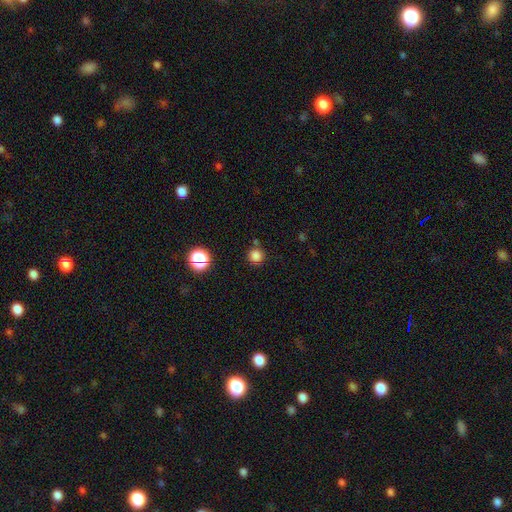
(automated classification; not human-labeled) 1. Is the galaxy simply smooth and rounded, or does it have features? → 80% smooth, 16% star or artifact, 4% featured or disk.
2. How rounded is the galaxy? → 94% round, 5% in between, 1% cigar-shaped.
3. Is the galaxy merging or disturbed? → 81% none, 9% minor disturbance, 7% merger, 3% major disturbance.